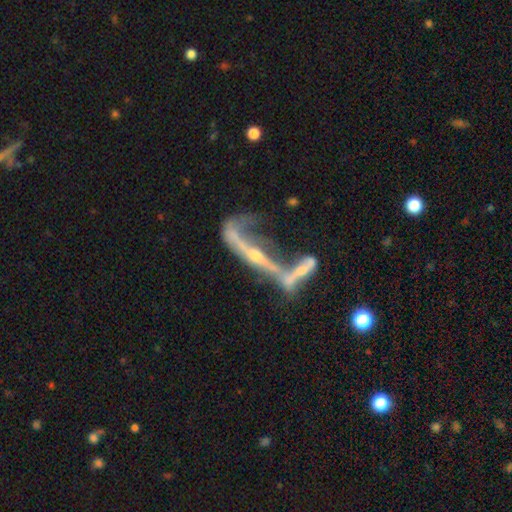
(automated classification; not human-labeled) This is clearly a featured or disk galaxy (80%). It is likely viewed edge-on (68%). Edge-on bulge: clearly rounded (82%). Merging: possibly merger (51%).